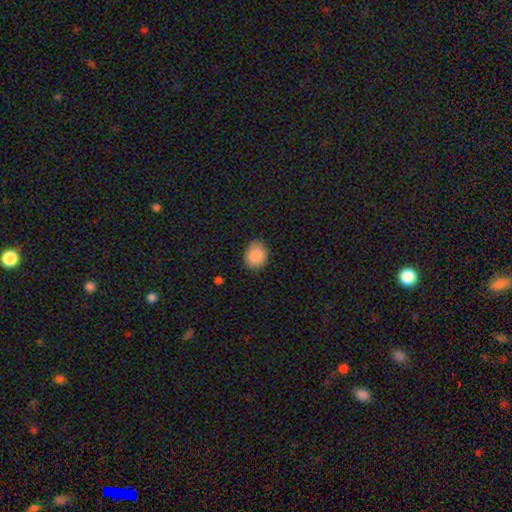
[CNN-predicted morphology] Smooth or featured? Predicted: smooth (p=0.88). How rounded? Predicted: round (p=0.59). Merging? Predicted: none (p=0.85).